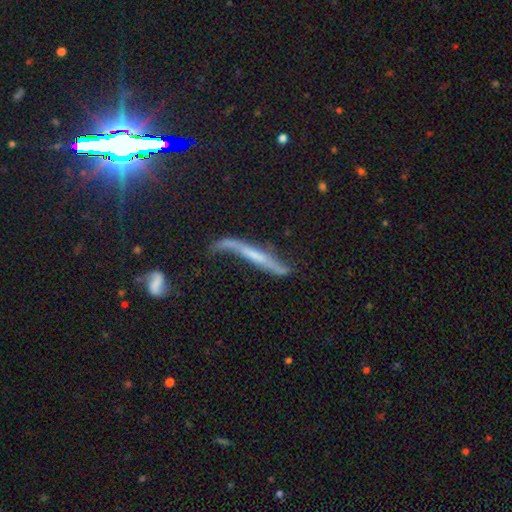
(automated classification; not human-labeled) featured or disk 62%, smooth 30%, star or artifact 8%. Down the decision tree: edge-on disk — yes (58%); merging — none (35%).